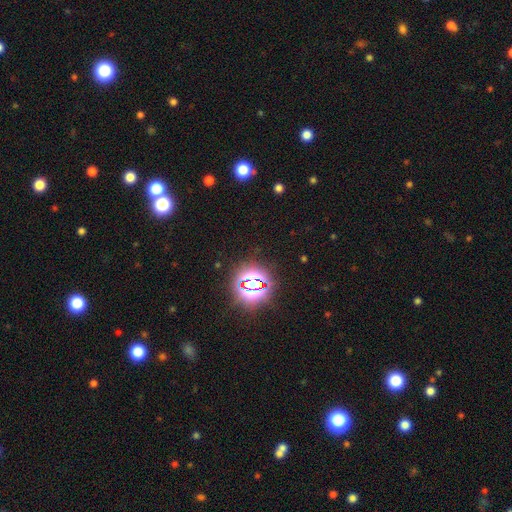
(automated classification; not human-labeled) Q: Smooth or featured?
A: star or artifact (79%); runner-up: smooth (14%)